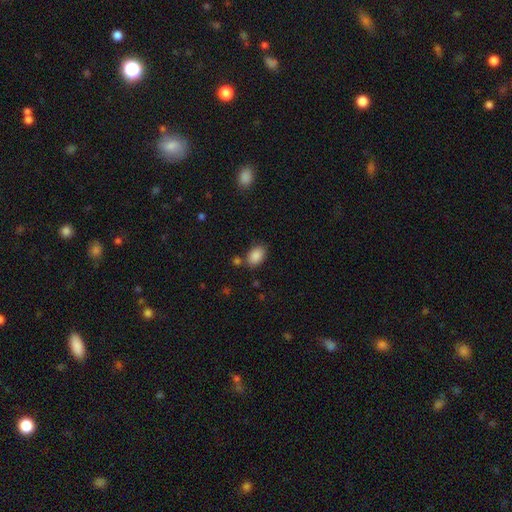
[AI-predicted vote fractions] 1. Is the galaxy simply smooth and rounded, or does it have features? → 88% smooth, 8% star or artifact, 4% featured or disk.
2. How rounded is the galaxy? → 87% in between, 12% round, 1% cigar-shaped.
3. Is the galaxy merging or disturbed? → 75% none, 14% minor disturbance, 8% merger, 4% major disturbance.